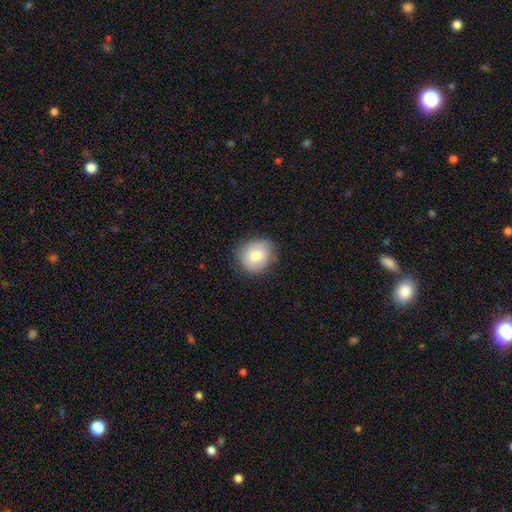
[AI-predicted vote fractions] smooth-or-featured: smooth: 75% | featured or disk: 17% | star or artifact: 8%
  how-rounded: round: 72% | in between: 28% | cigar-shaped: 1%
  merging: none: 78% | minor disturbance: 18% | major disturbance: 4% | merger: 1%